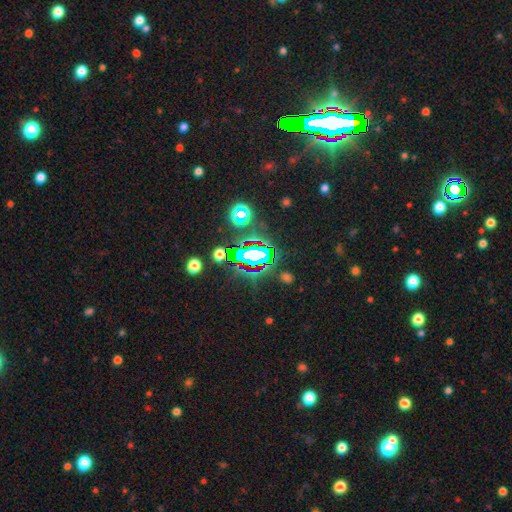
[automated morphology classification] A star or artifact, not a galaxy (76%).